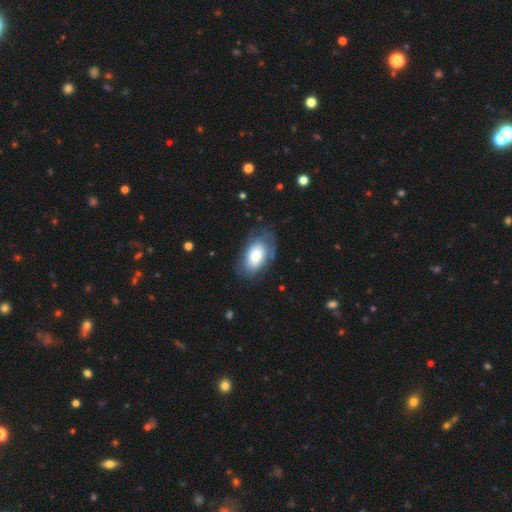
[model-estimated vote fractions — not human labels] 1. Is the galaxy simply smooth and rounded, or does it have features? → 57% smooth, 36% featured or disk, 7% star or artifact.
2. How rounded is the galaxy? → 92% in between, 6% round, 2% cigar-shaped.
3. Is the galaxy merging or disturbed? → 66% none, 22% minor disturbance, 11% major disturbance, 1% merger.